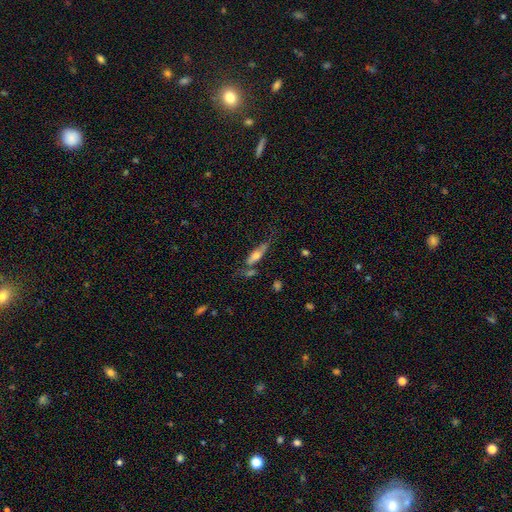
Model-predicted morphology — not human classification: A smooth galaxy with no disk features (54%) that is cigar-shaped (54%). Merging: none (50%).